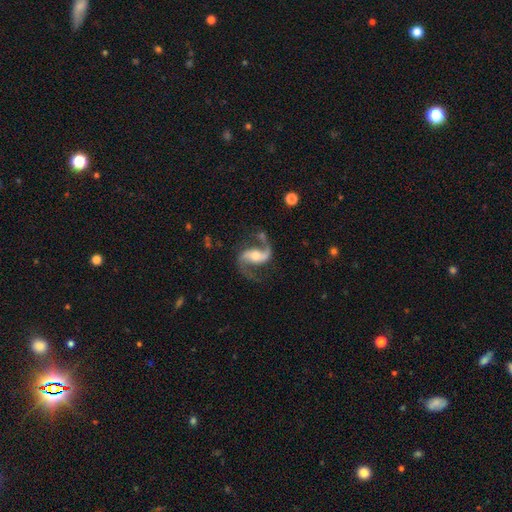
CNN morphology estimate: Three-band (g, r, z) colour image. It shows a featured or disk galaxy (91%) with a strong bar (36%), 2 (93%) loose (58%) spiral arms (97%) and a moderate central bulge (65%). Merging: none (75%).